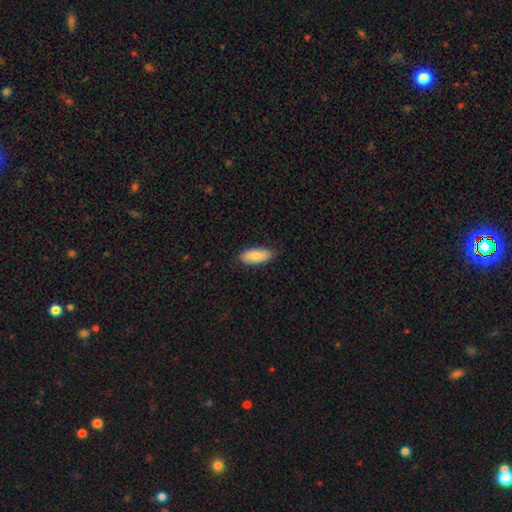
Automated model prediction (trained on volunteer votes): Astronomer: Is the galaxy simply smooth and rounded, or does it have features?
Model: smooth — 83%.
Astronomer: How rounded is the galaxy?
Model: in between — 87%.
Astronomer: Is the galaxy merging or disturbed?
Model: none — 84%.